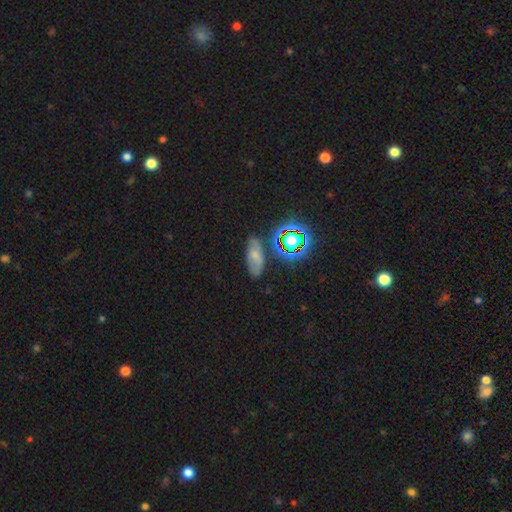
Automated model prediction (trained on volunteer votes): Smooth or featured? Predicted: smooth (p=0.49). Merging? Predicted: none (p=0.66).